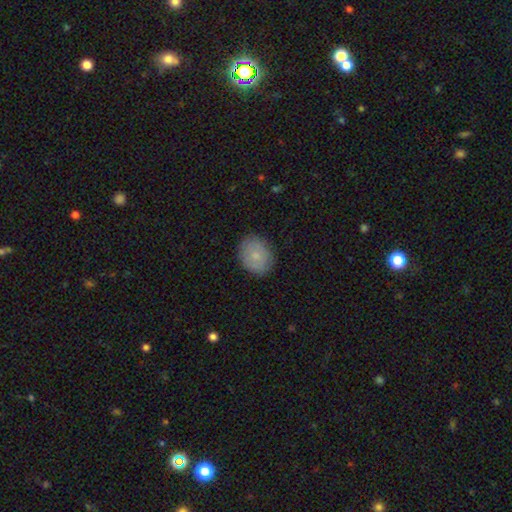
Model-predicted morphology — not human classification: Smooth or featured: smooth — 80% (featured or disk — 13%)
How rounded: in between — 54% (round — 45%)
Merging: none — 85% (minor disturbance — 11%)